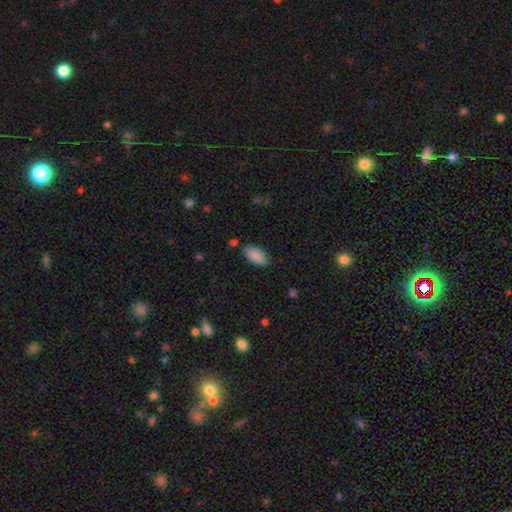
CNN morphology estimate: A smooth galaxy with no disk features (89%) that is in between round and cigar-shaped (92%). Merging: none (80%).